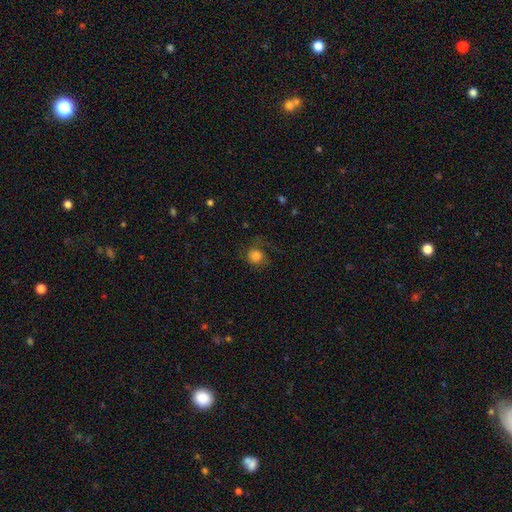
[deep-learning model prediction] Overall: smooth (68%). How rounded: round (82%). Merging: none (55%; major disturbance 23%).